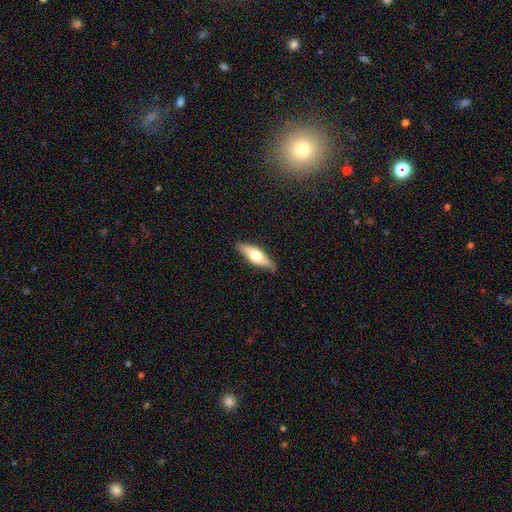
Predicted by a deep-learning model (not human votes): The model was most divided on "smooth or featured": featured or disk: 48%, smooth: 47%, star or artifact: 6%. More confident: merging — none (82%).